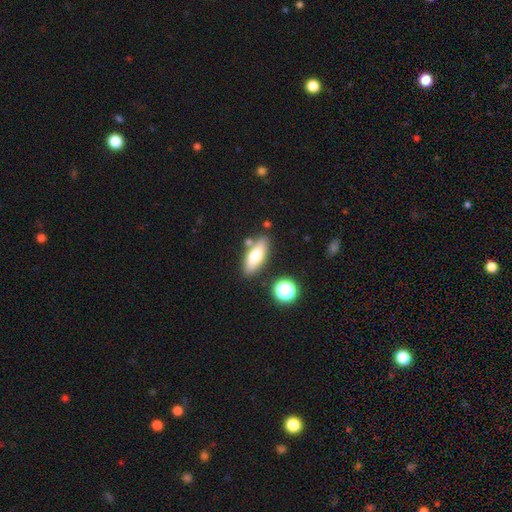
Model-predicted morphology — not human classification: A smooth galaxy with no disk features (71%) that is in between round and cigar-shaped (70%).

Vote fractions:
- Smooth or featured? smooth: 71% / featured or disk: 22% / star or artifact: 8%
- How rounded? in between: 70% / cigar-shaped: 26% / round: 4%
- Merging? none: 77% / minor disturbance: 12% / merger: 7% / major disturbance: 3%